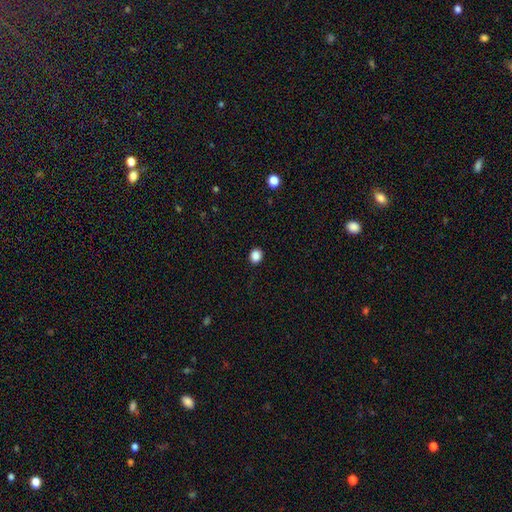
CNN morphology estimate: Smooth or featured: smooth — 87% (star or artifact — 11%)
How rounded: round — 71% (in between — 28%)
Merging: none — 91% (minor disturbance — 6%)